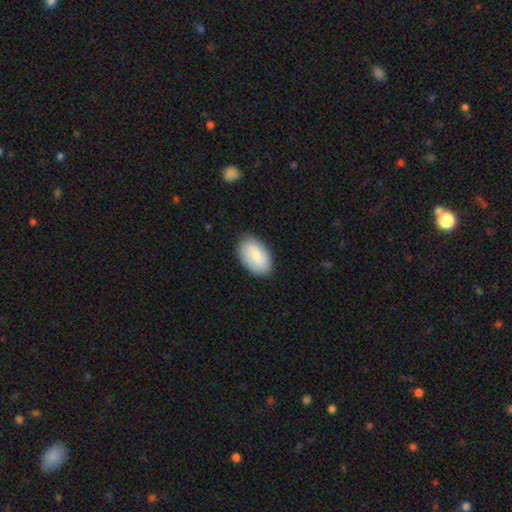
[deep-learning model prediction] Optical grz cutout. It shows a smooth galaxy with no disk features (67%) that is in between round and cigar-shaped (92%). Merging: none (87%).